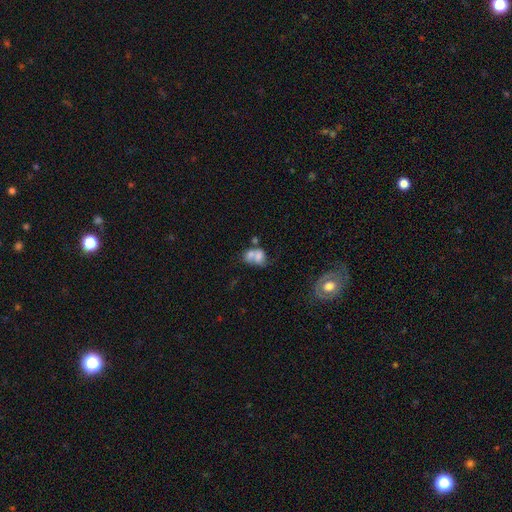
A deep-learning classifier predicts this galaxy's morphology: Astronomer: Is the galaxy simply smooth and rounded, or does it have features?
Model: smooth — 60%.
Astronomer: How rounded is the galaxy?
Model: in between — 68%.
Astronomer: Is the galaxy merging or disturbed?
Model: merger — 63%.